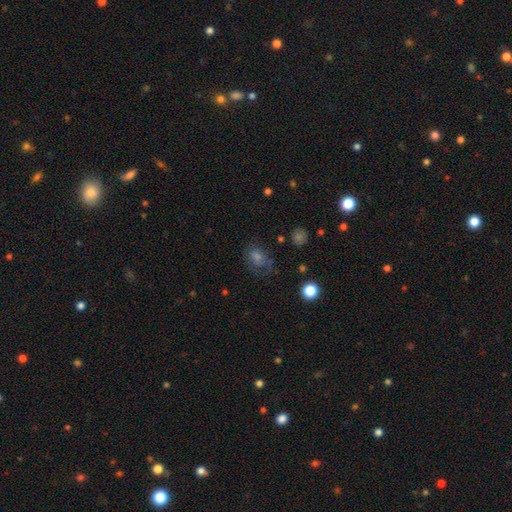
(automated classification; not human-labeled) A smooth galaxy with no disk features (53%) that is in between round and cigar-shaped (62%). Merging: none (55%).